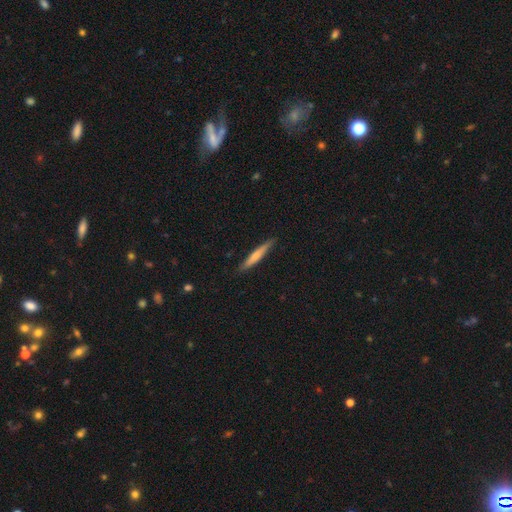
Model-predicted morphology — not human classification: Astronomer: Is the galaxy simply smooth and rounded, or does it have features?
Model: smooth — 63%.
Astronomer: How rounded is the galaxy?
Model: cigar-shaped — 94%.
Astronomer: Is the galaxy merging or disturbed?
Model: none — 87%.